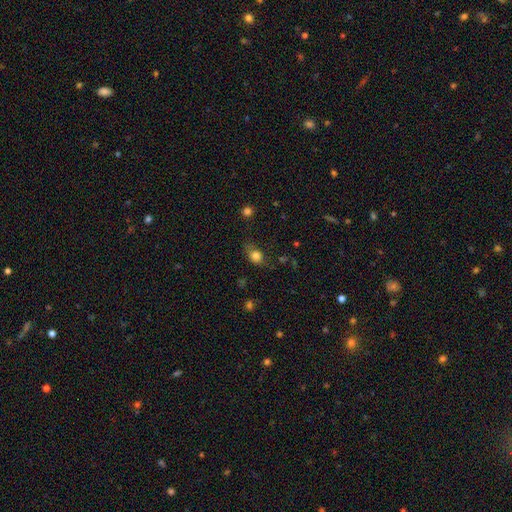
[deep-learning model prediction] Smooth or featured? smooth (80%)
How rounded? in between (57%)
Merging? none (54%)